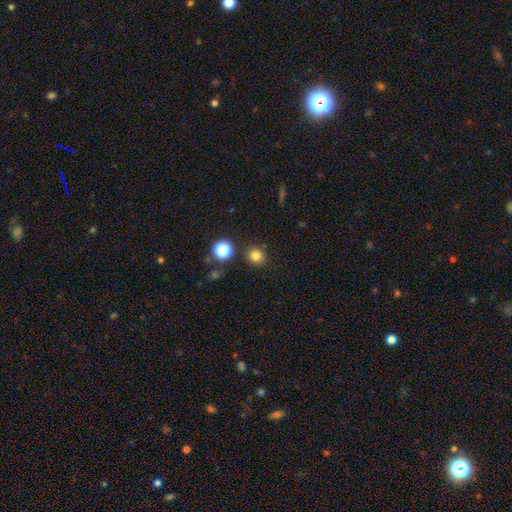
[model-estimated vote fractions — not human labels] Morphology: type=smooth (81%); roundness=round (86%); merging=none (87%).